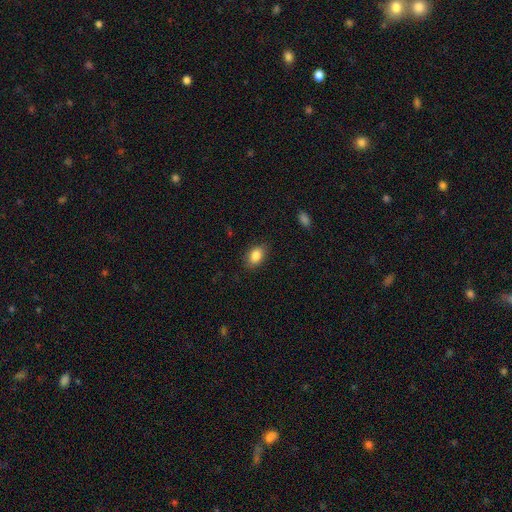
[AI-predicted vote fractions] Smooth or featured?
  - smooth: 86% *
  - star or artifact: 8%
  - featured or disk: 6%
How rounded?
  - in between: 86% *
  - round: 13%
  - cigar-shaped: 2%
Merging?
  - none: 84% *
  - minor disturbance: 12%
  - major disturbance: 3%
  - merger: 1%